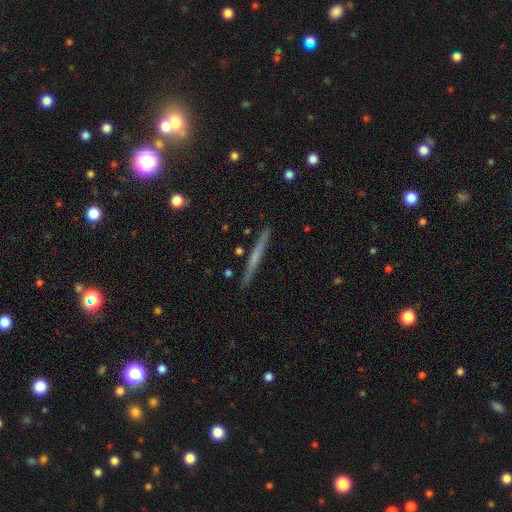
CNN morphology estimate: This is possibly a featured or disk galaxy (54%). It is clearly viewed edge-on (98%). Edge-on bulge: likely none (74%). Merging: clearly none (91%).